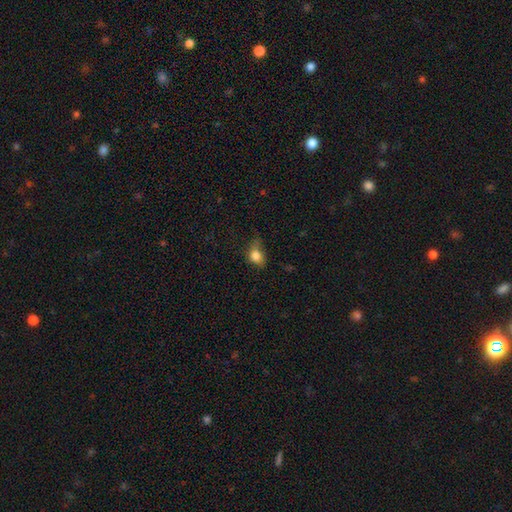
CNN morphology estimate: A smooth galaxy with no disk features (81%) that is in between round and cigar-shaped (51%).

Vote fractions:
- Smooth or featured? smooth: 81% / star or artifact: 10% / featured or disk: 9%
- How rounded? in between: 51% / round: 47% / cigar-shaped: 2%
- Merging? minor disturbance: 41% / none: 39% / major disturbance: 18% / merger: 3%